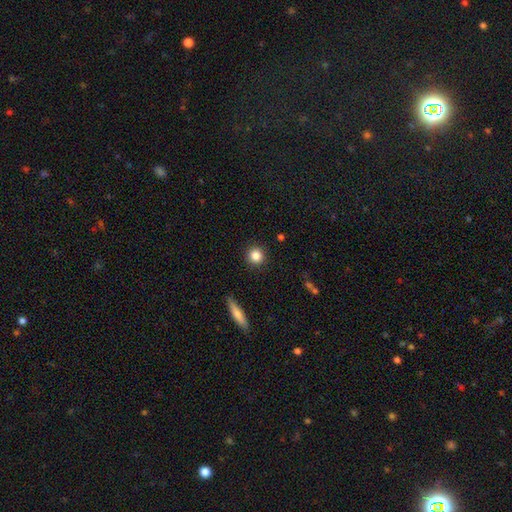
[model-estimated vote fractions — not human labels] Smooth or featured? Predicted: smooth (p=0.84). How rounded? Predicted: round (p=0.92). Merging? Predicted: none (p=0.91).